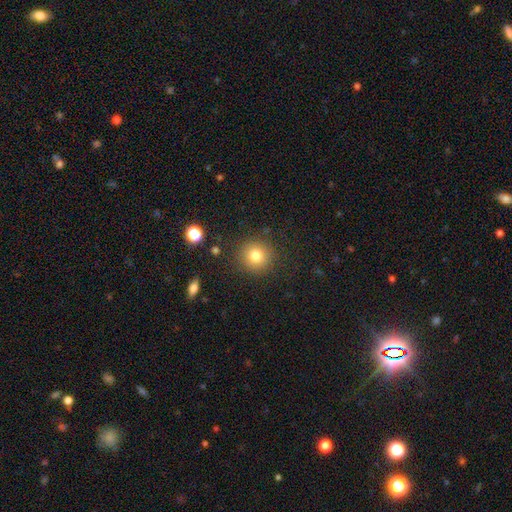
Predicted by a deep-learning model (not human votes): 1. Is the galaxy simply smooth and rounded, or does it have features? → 81% smooth, 11% star or artifact, 8% featured or disk.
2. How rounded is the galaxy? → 93% round, 6% in between, 1% cigar-shaped.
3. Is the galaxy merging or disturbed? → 88% none, 7% minor disturbance, 3% major disturbance, 2% merger.